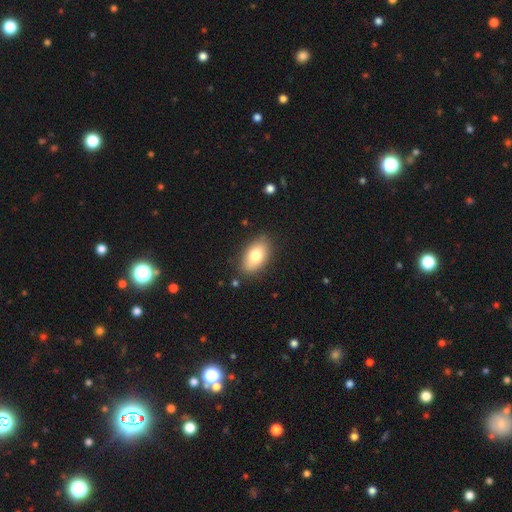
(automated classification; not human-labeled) This appears to be a smooth galaxy with no disk features (79%) that is in between round and cigar-shaped (92%). Merging: none (84%).